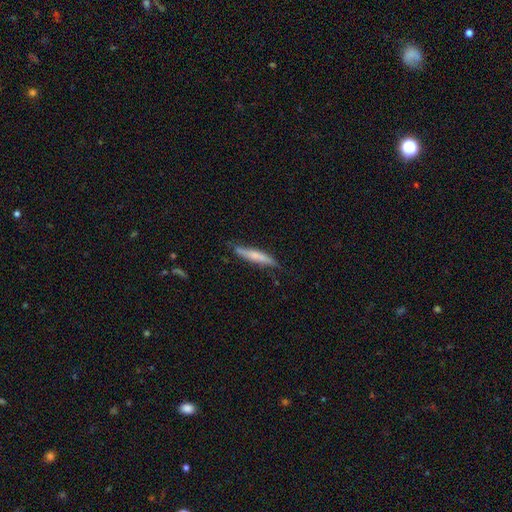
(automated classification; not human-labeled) Smooth or featured? smooth (56%)
How rounded? cigar-shaped (89%)
Merging? none (74%)